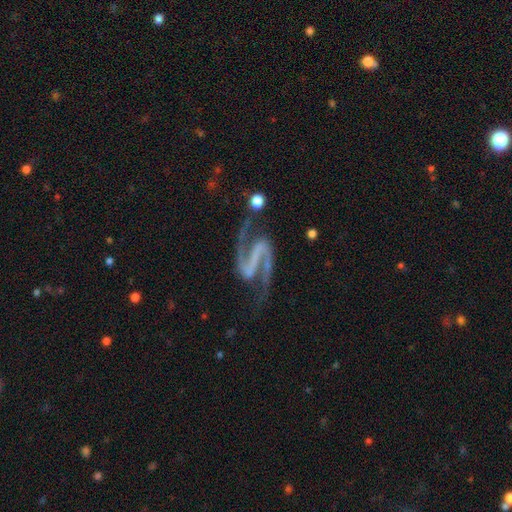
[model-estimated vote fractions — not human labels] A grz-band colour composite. It shows a featured or disk galaxy (93%) with a strong bar (65%), 2 (95%) medium (49%) spiral arms (98%) and no central bulge (67%). Merging: none (73%).